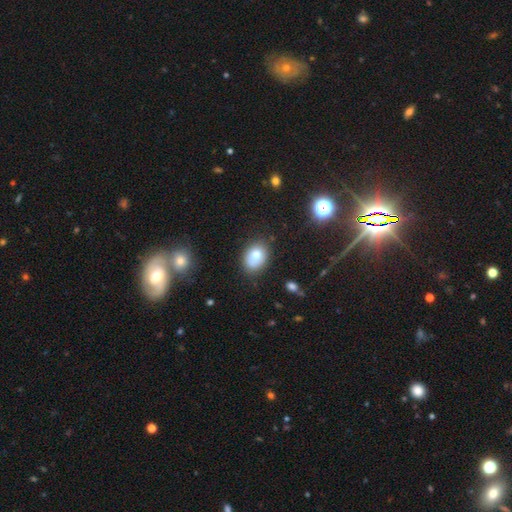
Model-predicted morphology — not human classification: Overall: smooth (76%). How rounded: in between (68%; round 31%). Merging: none (73%).